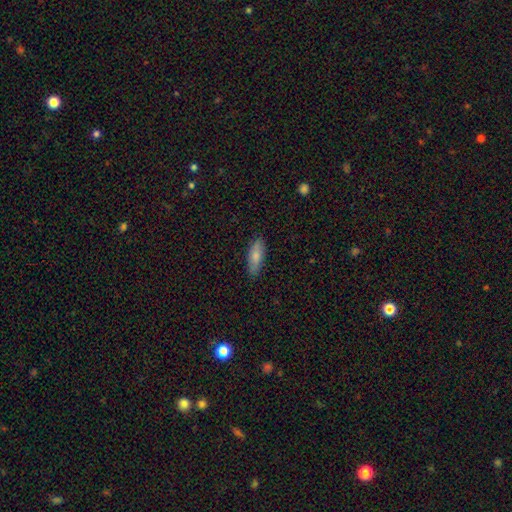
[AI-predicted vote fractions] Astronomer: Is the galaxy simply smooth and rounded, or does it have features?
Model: smooth — 78%.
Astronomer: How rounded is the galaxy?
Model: in between — 60% (runner-up: cigar-shaped, 38%).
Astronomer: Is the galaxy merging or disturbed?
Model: none — 87%.